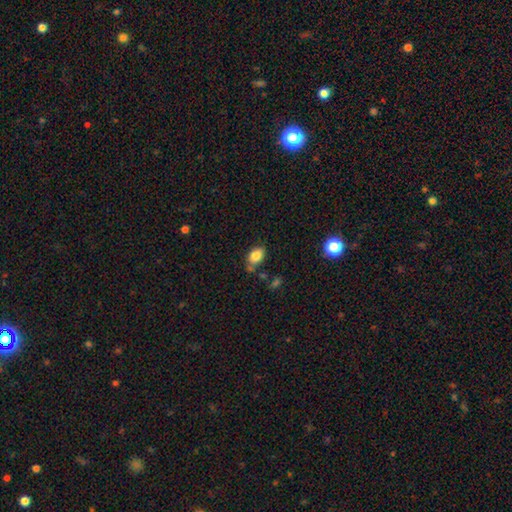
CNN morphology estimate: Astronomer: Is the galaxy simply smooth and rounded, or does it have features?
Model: smooth — 84%.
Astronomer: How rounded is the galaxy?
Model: in between — 83%.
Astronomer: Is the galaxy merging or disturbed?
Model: none — 65%.